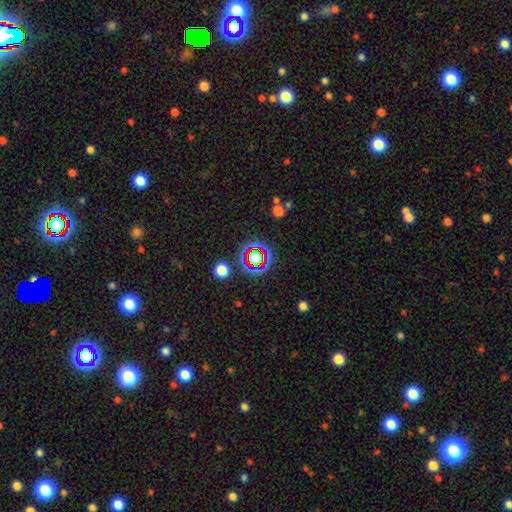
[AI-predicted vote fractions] smooth_or_featured: star or artifact (p=0.61) [alt: smooth p=0.27]